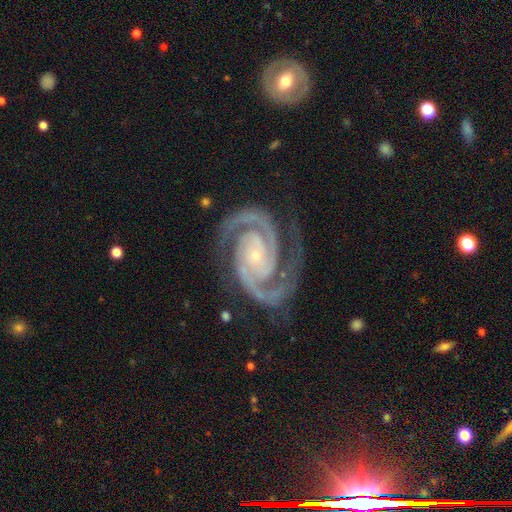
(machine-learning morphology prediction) smooth_or_featured: featured or disk (p=0.95) [alt: star or artifact p=0.04]
disk_edge_on: no (p=0.98) [alt: yes p=0.02]
bar: no (p=0.68) [alt: weak p=0.20]
has_spiral_arms: yes (p=0.99) [alt: no p=0.01]
spiral_winding: tight (p=0.59) [alt: medium p=0.37]
spiral_arm_count: 2 (p=0.93) [alt: 3 p=0.03]
bulge_size: small (p=0.82) [alt: moderate p=0.14]
merging: none (p=0.81) [alt: minor disturbance p=0.13]